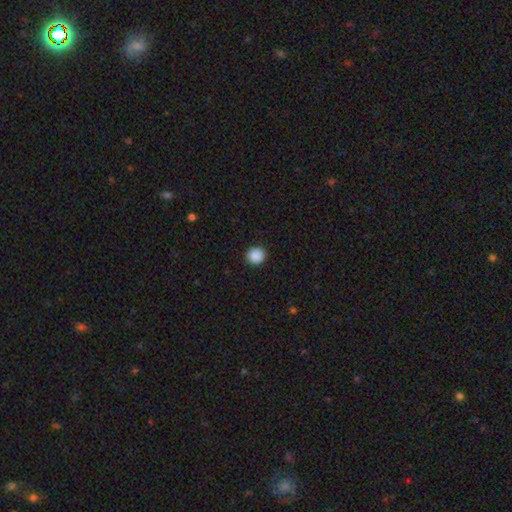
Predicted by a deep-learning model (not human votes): Smooth or featured? Predicted: smooth (p=0.89). How rounded? Predicted: round (p=0.87). Merging? Predicted: none (p=0.92).